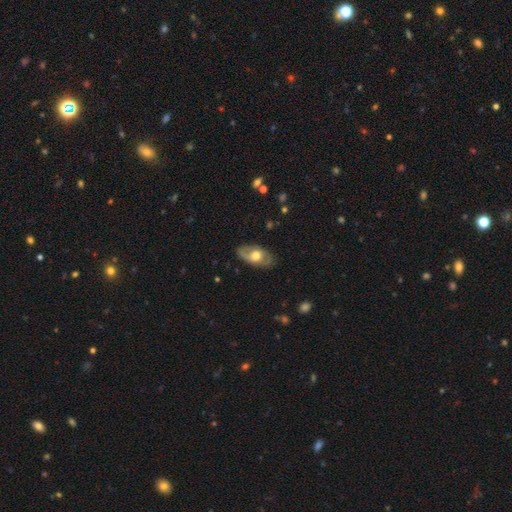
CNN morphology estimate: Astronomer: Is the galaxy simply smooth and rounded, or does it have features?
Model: featured or disk — 51% (runner-up: smooth, 43%).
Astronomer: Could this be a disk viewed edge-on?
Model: no — 85%.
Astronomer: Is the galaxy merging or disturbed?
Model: none — 80%.